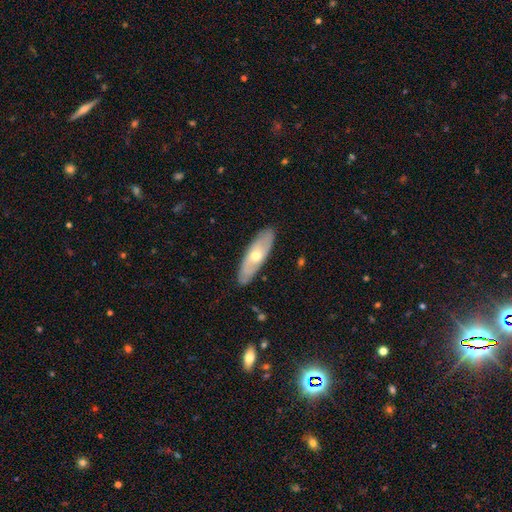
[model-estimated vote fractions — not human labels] Smooth or featured?
  - featured or disk: 52% *
  - smooth: 42%
  - star or artifact: 6%
Edge-on disk?
  - no: 64% *
  - yes: 36%
Merging?
  - none: 86% *
  - minor disturbance: 11%
  - major disturbance: 2%
  - merger: 1%